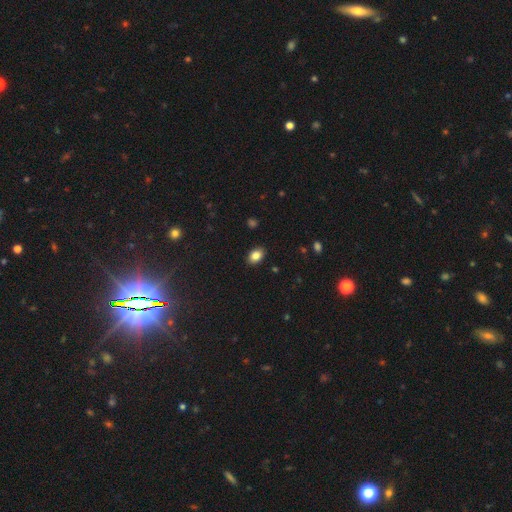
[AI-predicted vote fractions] Morphology: type=smooth (85%); roundness=in between (81%); merging=none (89%).